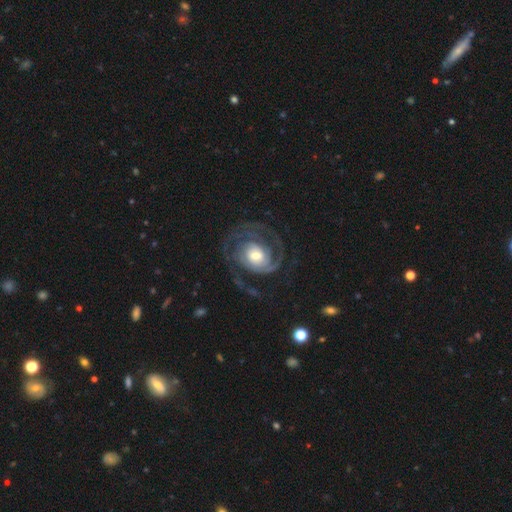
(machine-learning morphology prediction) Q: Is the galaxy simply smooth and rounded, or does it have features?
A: featured or disk — 87%.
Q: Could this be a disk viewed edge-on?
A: no — 98%.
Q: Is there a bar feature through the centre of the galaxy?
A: no — 61%.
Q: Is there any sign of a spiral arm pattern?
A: yes — 95%.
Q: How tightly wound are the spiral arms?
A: tight — 47%.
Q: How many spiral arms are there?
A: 2 — 51%.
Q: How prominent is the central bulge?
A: moderate — 60%.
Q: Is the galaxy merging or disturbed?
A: none — 59%.